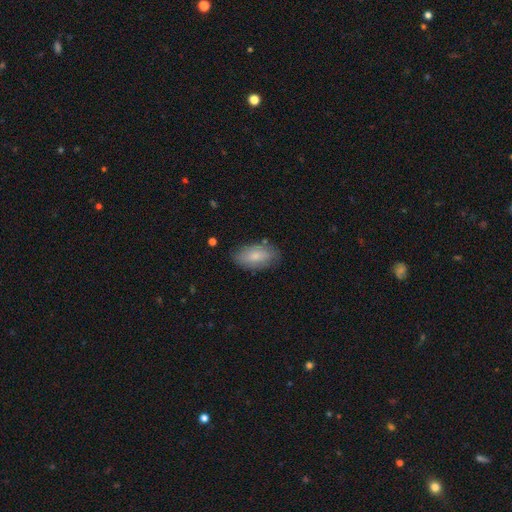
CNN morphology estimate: A smooth galaxy with no disk features (74%) that is in between round and cigar-shaped (93%). Merging: none (77%).